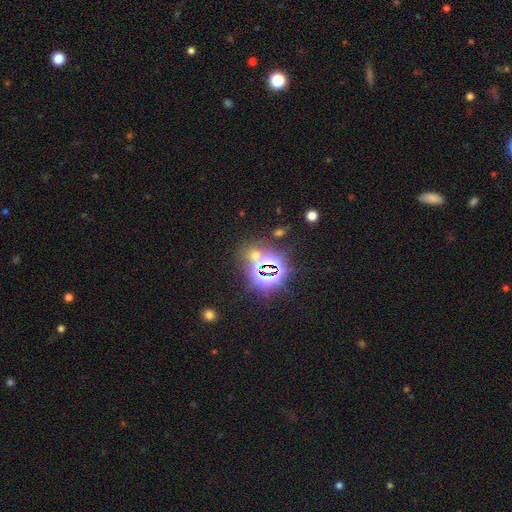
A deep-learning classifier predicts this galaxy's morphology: Overall: star or artifact (62%; smooth 30%).